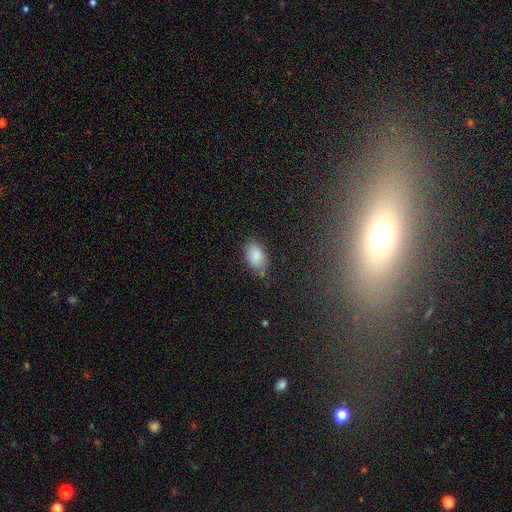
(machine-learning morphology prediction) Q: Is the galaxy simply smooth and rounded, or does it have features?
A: smooth — 86%.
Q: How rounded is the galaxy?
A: in between — 92%.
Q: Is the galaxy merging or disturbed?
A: none — 72%.